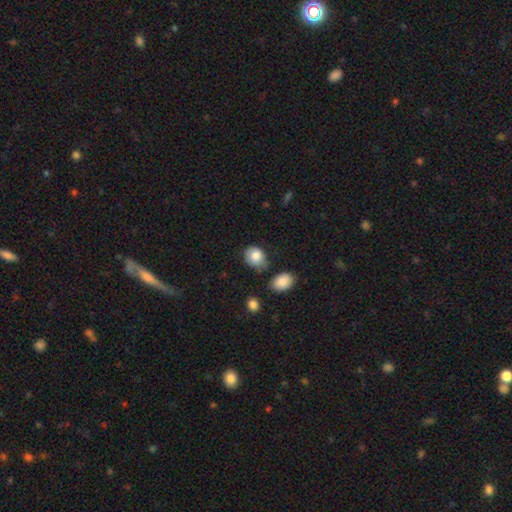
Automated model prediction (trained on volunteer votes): Smooth or featured: smooth — 83% (featured or disk — 9%)
How rounded: round — 51% (in between — 48%)
Merging: none — 58% (minor disturbance — 28%)